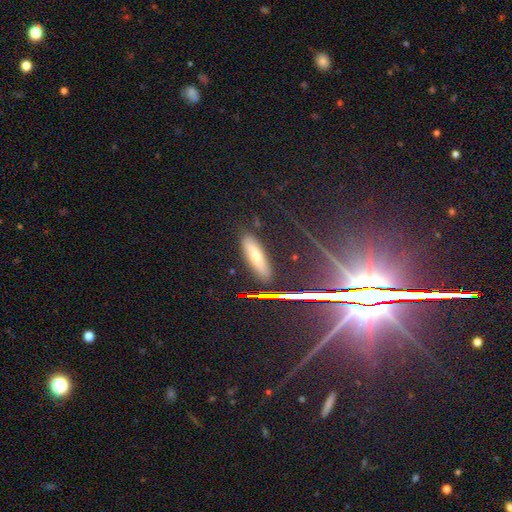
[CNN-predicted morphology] The model was most divided on "smooth or featured": smooth: 55%, featured or disk: 23%, star or artifact: 22%. More confident: merging — none (83%); how rounded — cigar-shaped (70%).